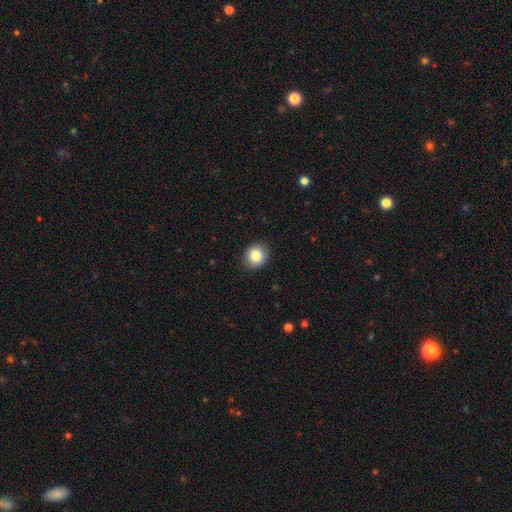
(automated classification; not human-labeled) A smooth galaxy with no disk features (84%) that is round (73%).

Vote fractions:
- Smooth or featured? smooth: 84% / star or artifact: 9% / featured or disk: 6%
- How rounded? round: 73% / in between: 26% / cigar-shaped: 1%
- Merging? none: 89% / minor disturbance: 8% / major disturbance: 2% / merger: 1%